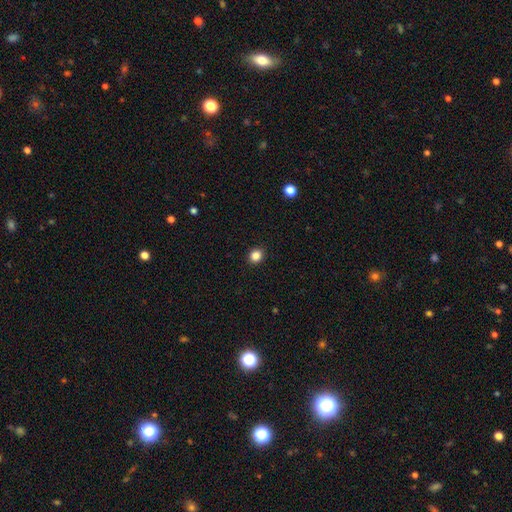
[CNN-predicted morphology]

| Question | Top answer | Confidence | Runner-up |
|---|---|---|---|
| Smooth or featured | smooth | 85% | star or artifact (11%) |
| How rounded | round | 74% | in between (26%) |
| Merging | none | 92% | minor disturbance (6%) |